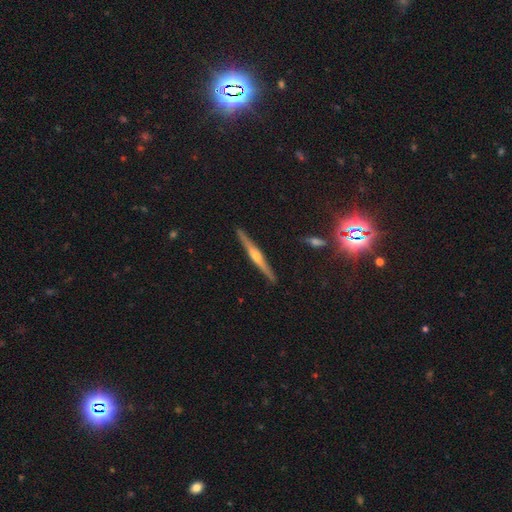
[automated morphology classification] A featured or disk galaxy (77%) viewed edge-on (98%) with a rounded central bulge (87%). Merging: none (91%).